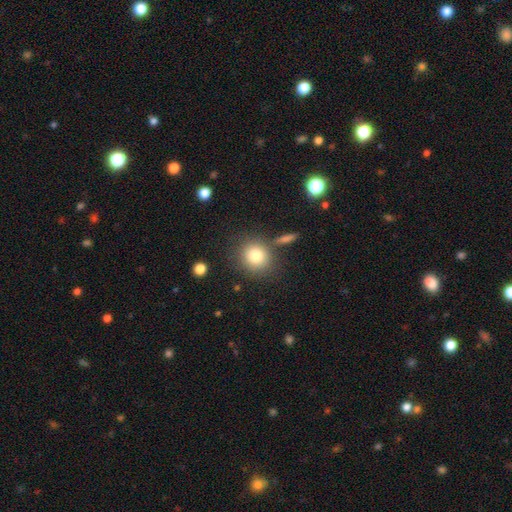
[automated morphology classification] type=smooth (81%); roundness=round (87%); merging=none (77%).